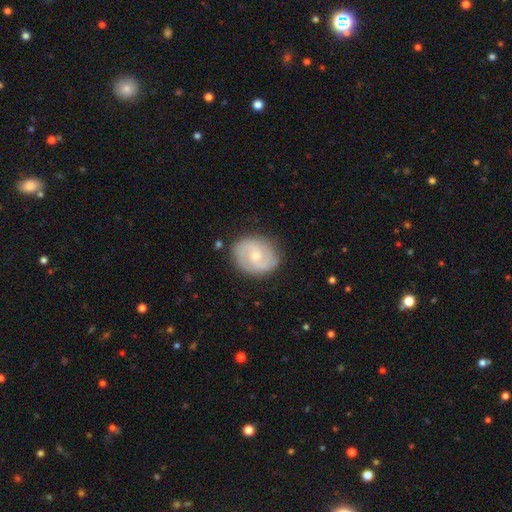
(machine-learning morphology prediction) smooth_or_featured: featured or disk (p=0.81) [alt: smooth p=0.14]
disk_edge_on: no (p=0.98) [alt: yes p=0.02]
bar: no (p=0.53) [alt: weak p=0.41]
has_spiral_arms: yes (p=0.95) [alt: no p=0.05]
spiral_winding: tight (p=0.47) [alt: medium p=0.43]
spiral_arm_count: 2 (p=0.84) [alt: can't tell p=0.07]
bulge_size: small (p=0.50) [alt: moderate p=0.46]
merging: none (p=0.84) [alt: minor disturbance p=0.12]